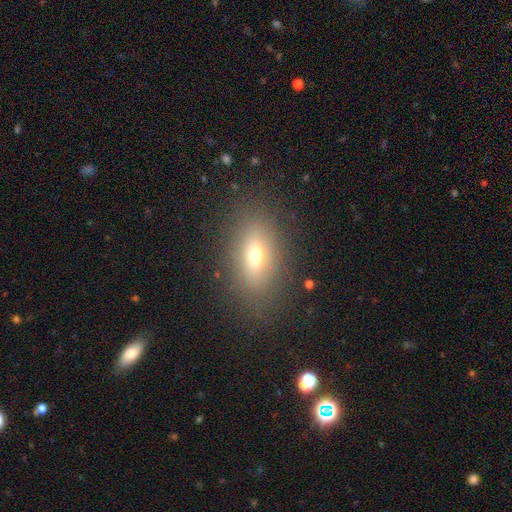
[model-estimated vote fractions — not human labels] A smooth galaxy with no disk features (61%) that is in between round and cigar-shaped (79%).

Vote fractions:
- Smooth or featured? smooth: 61% / featured or disk: 26% / star or artifact: 14%
- How rounded? in between: 79% / cigar-shaped: 11% / round: 9%
- Merging? none: 84% / minor disturbance: 11% / major disturbance: 5% / merger: 1%